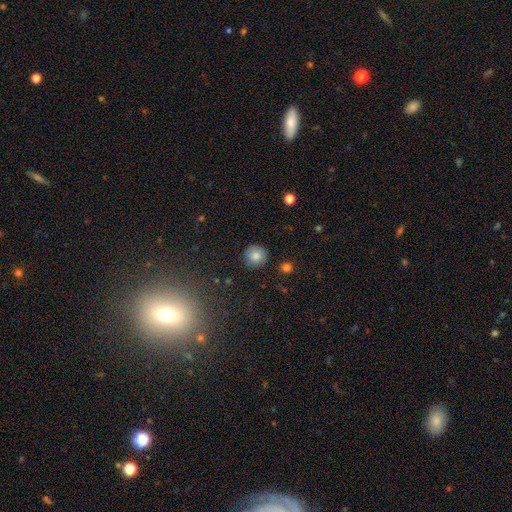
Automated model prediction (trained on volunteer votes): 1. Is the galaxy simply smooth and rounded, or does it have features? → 83% smooth, 9% star or artifact, 8% featured or disk.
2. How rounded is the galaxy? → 94% round, 5% in between, 1% cigar-shaped.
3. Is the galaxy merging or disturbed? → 88% none, 8% minor disturbance, 2% major disturbance, 2% merger.